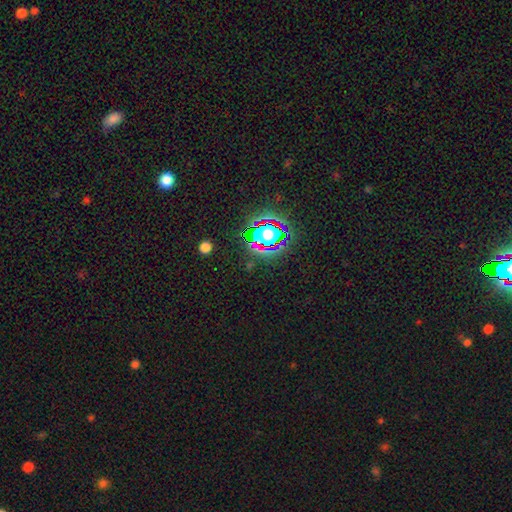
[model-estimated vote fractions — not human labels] Smooth or featured? star or artifact (80%)